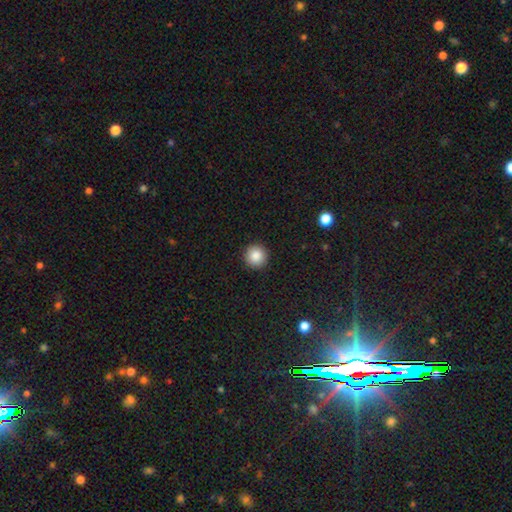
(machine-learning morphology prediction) Smooth or featured: smooth — 87% (star or artifact — 9%)
How rounded: round — 95% (in between — 4%)
Merging: none — 93% (minor disturbance — 5%)